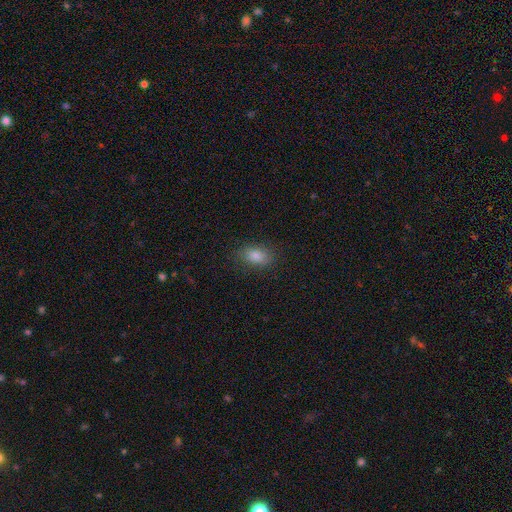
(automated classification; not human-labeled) Overall: smooth (82%). How rounded: in between (86%). Merging: none (85%).